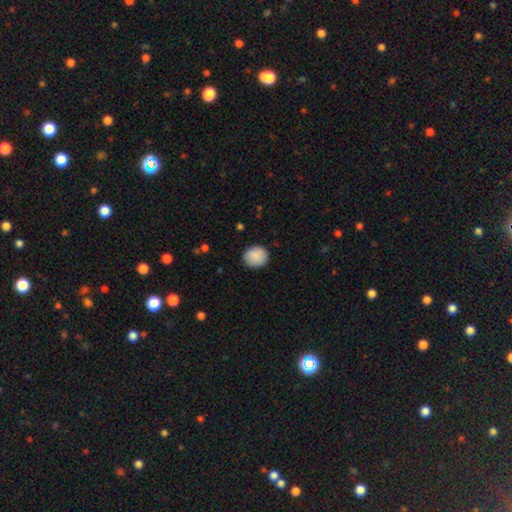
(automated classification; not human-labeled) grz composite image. It shows a smooth galaxy with no disk features (89%) that is round (79%). Merging: none (88%).